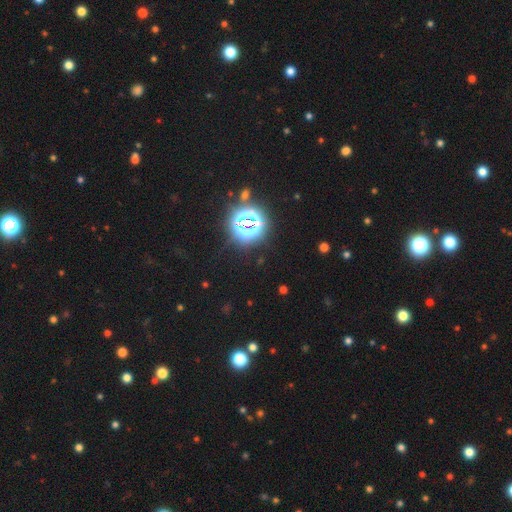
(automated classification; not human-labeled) Q: Smooth or featured?
A: star or artifact (82%); runner-up: smooth (12%)